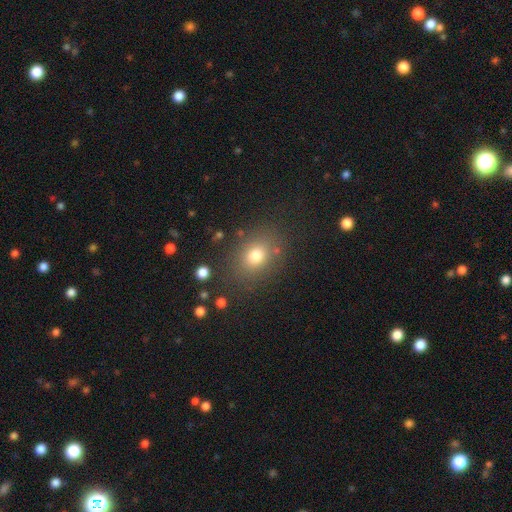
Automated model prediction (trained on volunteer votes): The model was most divided on "how rounded": in between: 55%, round: 44%, cigar-shaped: 1%. More confident: merging — none (81%); smooth or featured — smooth (76%).